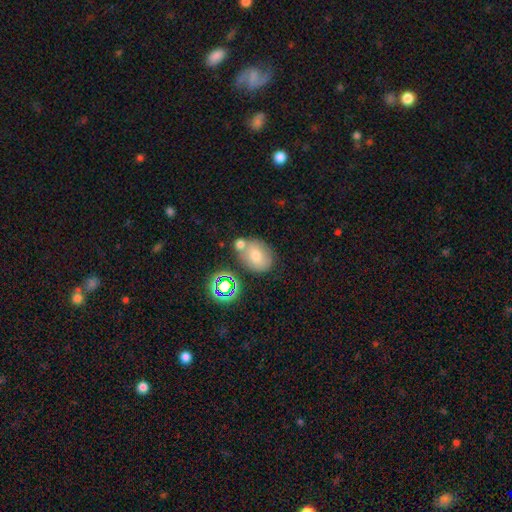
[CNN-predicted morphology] Smooth or featured? smooth (69%)
How rounded? in between (61%)
Merging? none (57%)